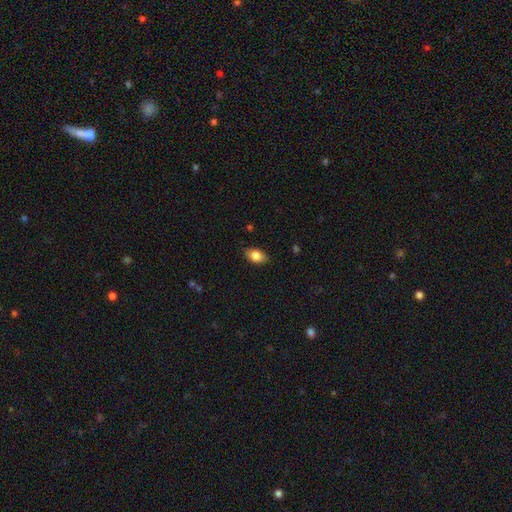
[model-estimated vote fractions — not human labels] Overall: smooth (84%). How rounded: in between (88%). Merging: none (85%).